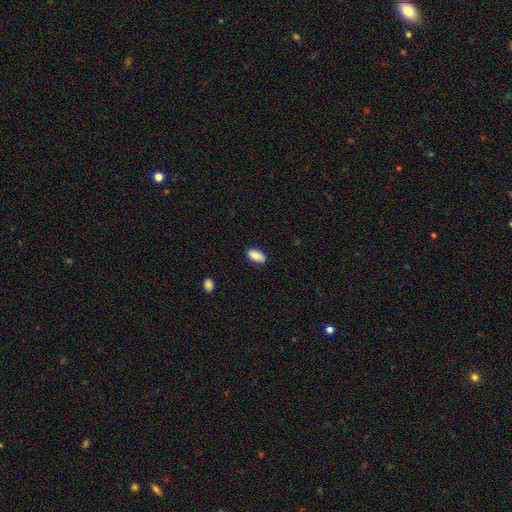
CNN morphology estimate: The model was most divided on "merging": none: 85%, minor disturbance: 12%, major disturbance: 2%, merger: 1%. More confident: how rounded — in between (90%); smooth or featured — smooth (87%).